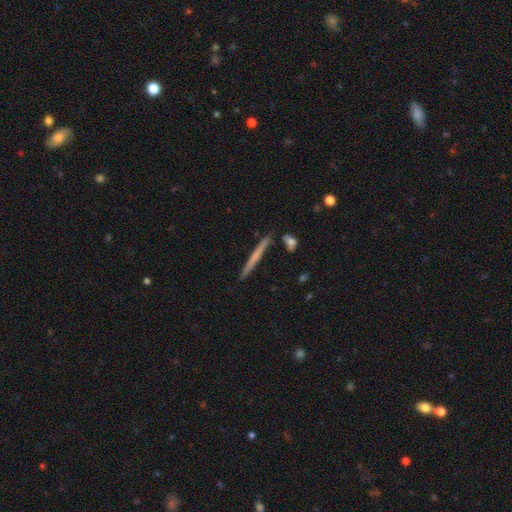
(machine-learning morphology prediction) Overall: featured or disk (48%; smooth 47%). Merging: none (89%).